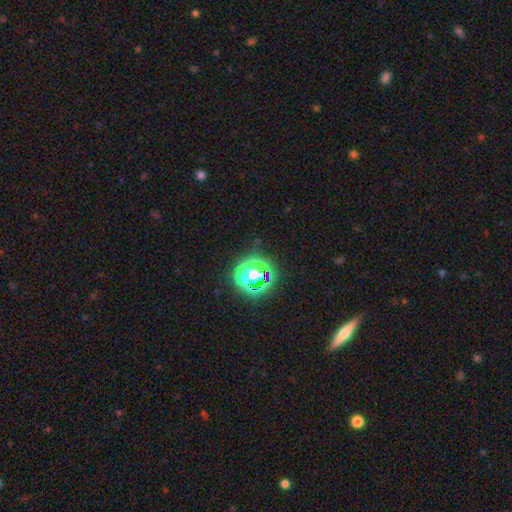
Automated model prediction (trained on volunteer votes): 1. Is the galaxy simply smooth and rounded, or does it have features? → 70% star or artifact, 21% smooth, 9% featured or disk.